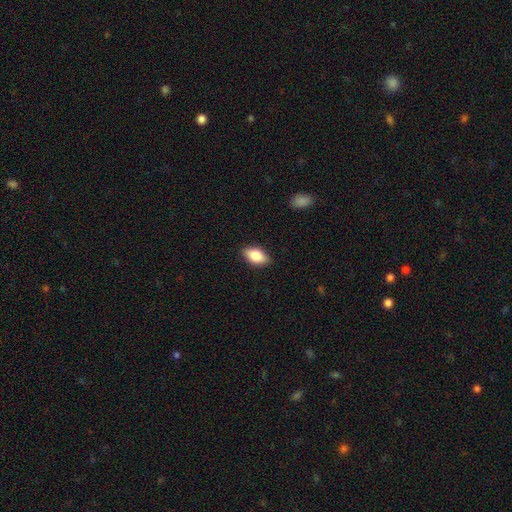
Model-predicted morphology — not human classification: Smooth or featured: smooth — 77% (featured or disk — 16%)
How rounded: in between — 89% (cigar-shaped — 7%)
Merging: none — 87% (minor disturbance — 10%)